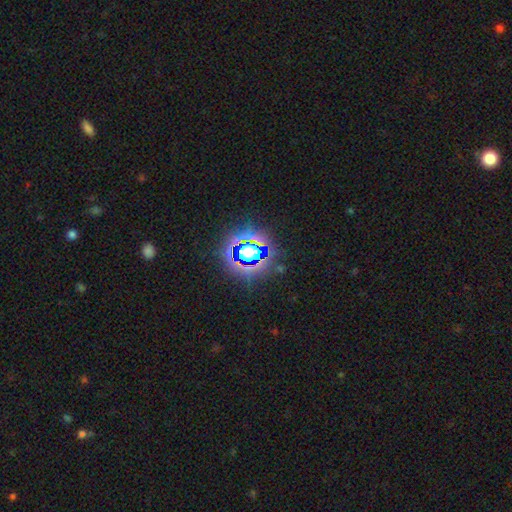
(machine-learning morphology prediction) type=star or artifact (76%).